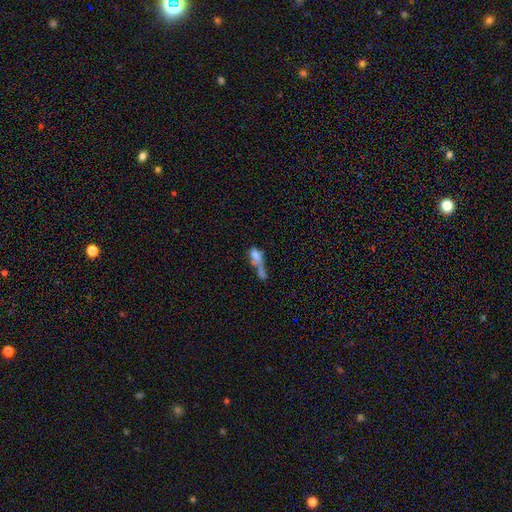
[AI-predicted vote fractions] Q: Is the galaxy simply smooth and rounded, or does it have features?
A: smooth — 57%.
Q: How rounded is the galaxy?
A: in between — 59%.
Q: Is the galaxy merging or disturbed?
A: merger — 52%.